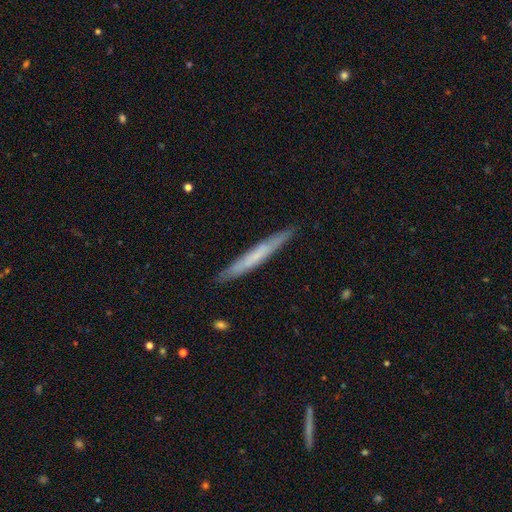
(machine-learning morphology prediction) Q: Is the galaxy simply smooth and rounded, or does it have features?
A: smooth — 51%.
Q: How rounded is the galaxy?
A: cigar-shaped — 96%.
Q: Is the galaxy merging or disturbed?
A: none — 90%.